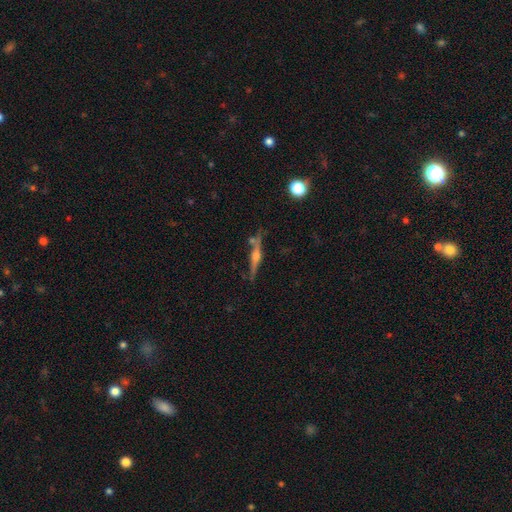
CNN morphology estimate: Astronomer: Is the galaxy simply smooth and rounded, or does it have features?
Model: featured or disk — 77%.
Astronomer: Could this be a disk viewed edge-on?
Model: yes — 97%.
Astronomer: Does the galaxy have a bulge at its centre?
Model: rounded — 87%.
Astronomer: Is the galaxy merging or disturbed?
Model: none — 77%.